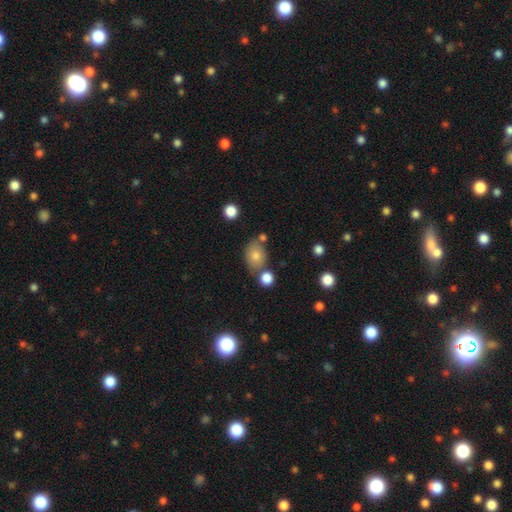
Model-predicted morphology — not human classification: Smooth or featured? Predicted: smooth (p=0.79). How rounded? Predicted: in between (p=0.68). Merging? Predicted: none (p=0.63).